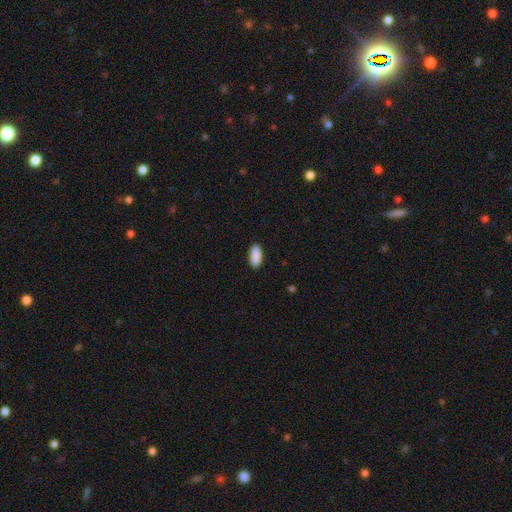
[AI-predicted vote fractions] smooth-or-featured: smooth: 91% | star or artifact: 6% | featured or disk: 3%
  how-rounded: in between: 87% | cigar-shaped: 11% | round: 2%
  merging: none: 90% | minor disturbance: 7% | major disturbance: 2% | merger: 1%